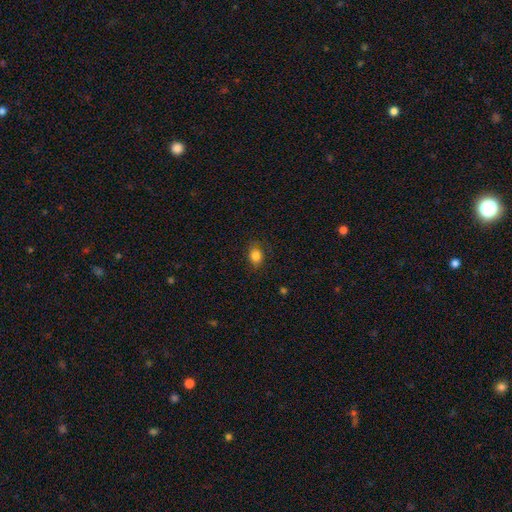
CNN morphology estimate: Smooth or featured: smooth — 82% (star or artifact — 11%)
How rounded: round — 53% (in between — 46%)
Merging: none — 77% (minor disturbance — 16%)